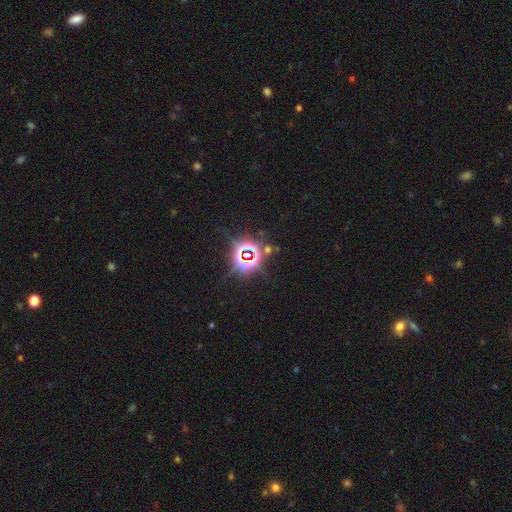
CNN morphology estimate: The model was most divided on "smooth or featured": star or artifact: 82%, smooth: 10%, featured or disk: 8%.